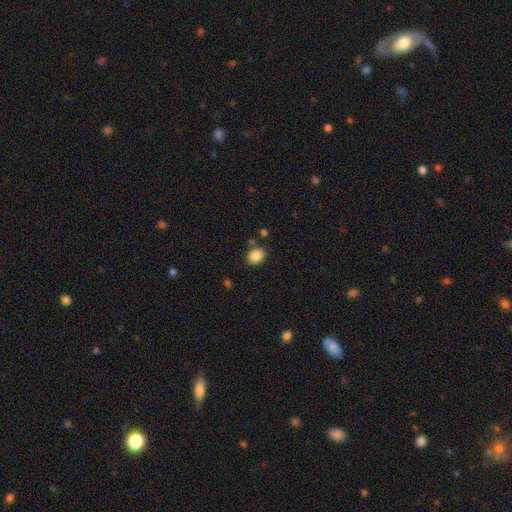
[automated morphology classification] Smooth or featured?
  - smooth: 86% *
  - star or artifact: 9%
  - featured or disk: 5%
How rounded?
  - in between: 51% *
  - round: 49%
  - cigar-shaped: 1%
Merging?
  - none: 79% *
  - minor disturbance: 12%
  - merger: 6%
  - major disturbance: 3%